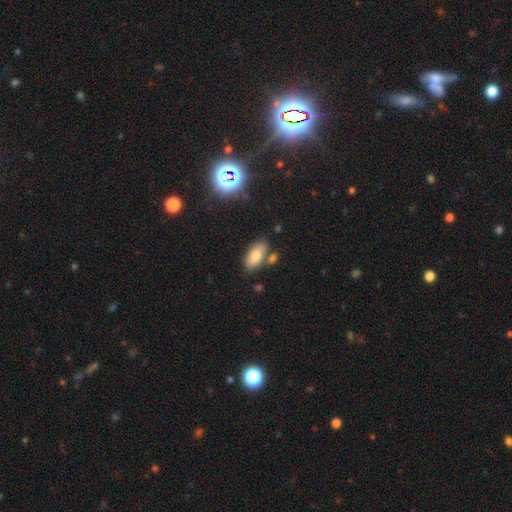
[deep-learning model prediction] Overall: smooth (80%). How rounded: in between (92%). Merging: none (72%).